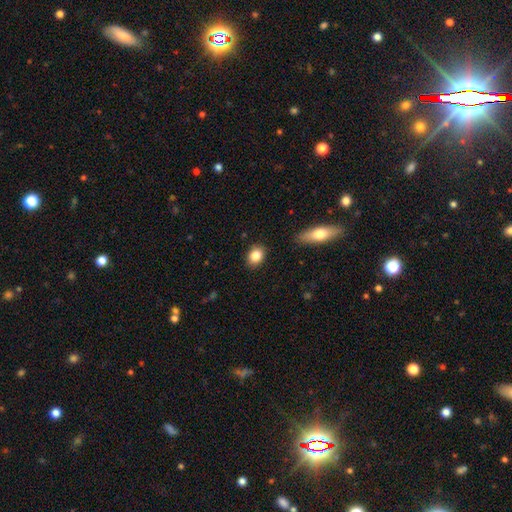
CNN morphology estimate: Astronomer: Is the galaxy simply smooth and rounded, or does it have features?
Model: smooth — 84%.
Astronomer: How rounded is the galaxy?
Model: in between — 61% (runner-up: round, 37%).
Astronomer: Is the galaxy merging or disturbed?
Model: none — 88%.